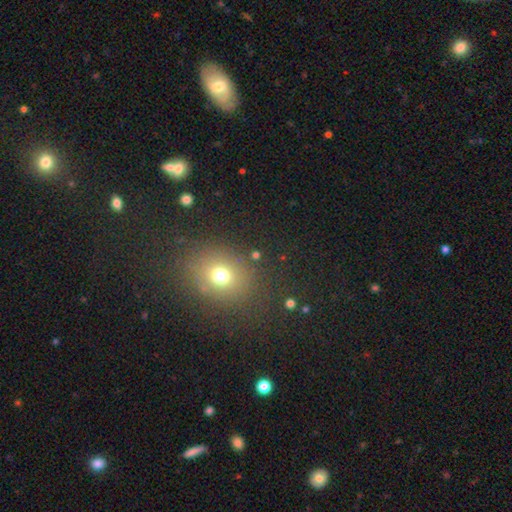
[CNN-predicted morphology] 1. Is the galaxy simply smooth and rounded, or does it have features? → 66% smooth, 24% star or artifact, 10% featured or disk.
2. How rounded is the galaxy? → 65% round, 33% in between, 1% cigar-shaped.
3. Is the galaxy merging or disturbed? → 83% none, 9% minor disturbance, 4% major disturbance, 3% merger.